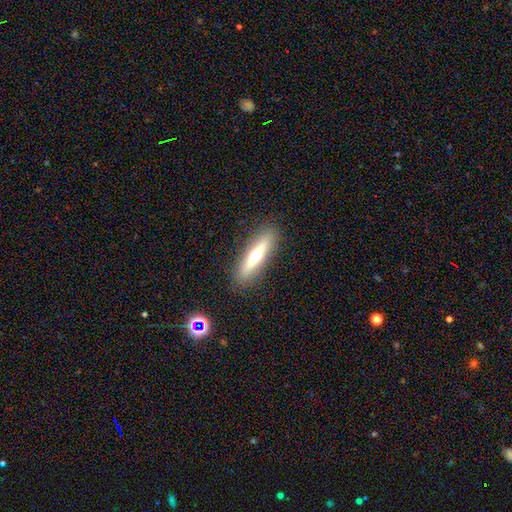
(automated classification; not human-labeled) A featured or disk galaxy (48%).

Vote fractions:
- Smooth or featured? featured or disk: 48% / smooth: 46% / star or artifact: 7%
- Merging? none: 89% / minor disturbance: 7% / major disturbance: 2% / merger: 1%